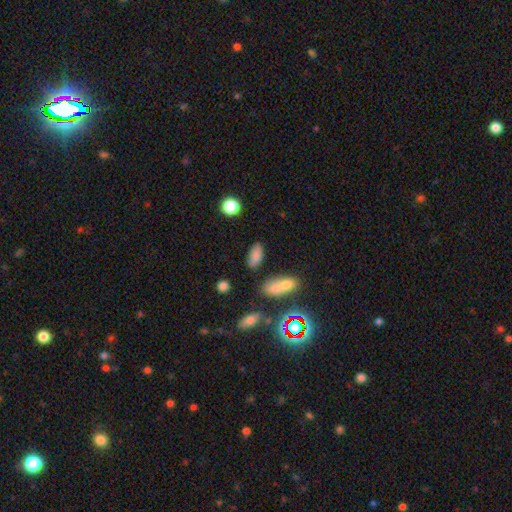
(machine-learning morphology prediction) smooth 82%, star or artifact 10%, featured or disk 8%. Down the decision tree: how rounded — in between (90%); merging — none (76%).